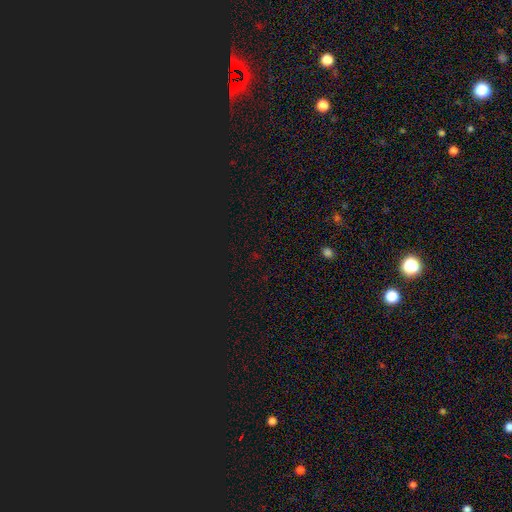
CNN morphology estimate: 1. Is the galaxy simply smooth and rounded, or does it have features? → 76% star or artifact, 18% smooth, 6% featured or disk.